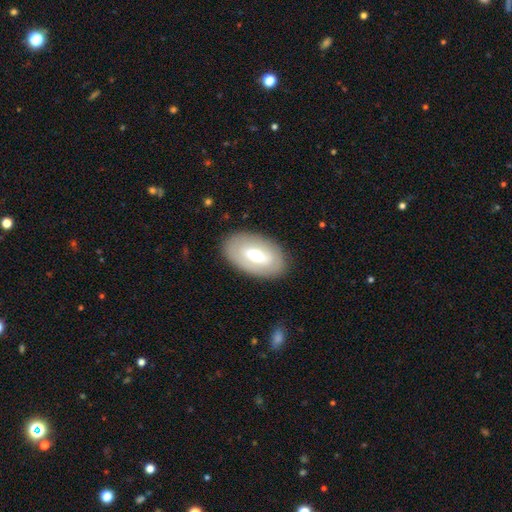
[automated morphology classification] type=smooth (48%); merging=none (86%).